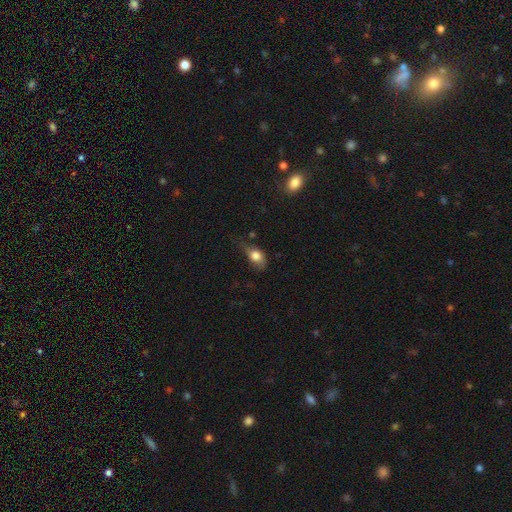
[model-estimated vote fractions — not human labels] Overall: smooth (77%). How rounded: in between (72%). Merging: minor disturbance (39%; none 32%).